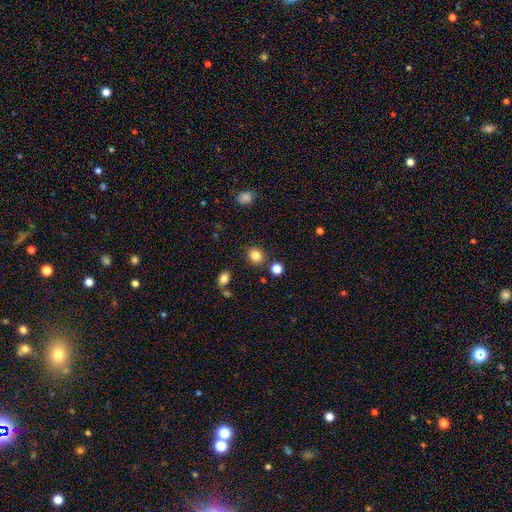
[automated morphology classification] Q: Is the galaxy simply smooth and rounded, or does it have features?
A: smooth — 84%.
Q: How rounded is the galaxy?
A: round — 74%.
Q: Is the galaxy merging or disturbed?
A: none — 84%.